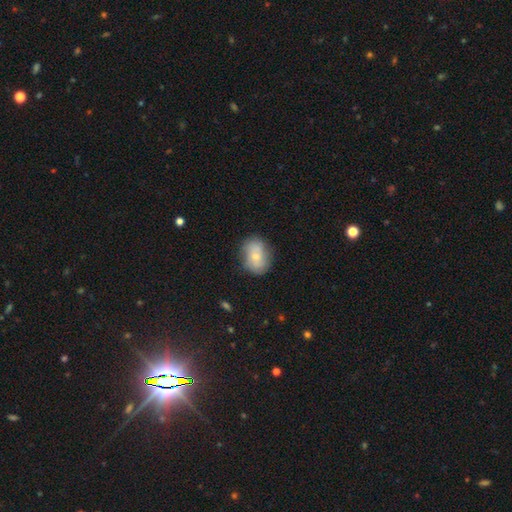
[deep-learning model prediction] This appears to be a smooth galaxy with no disk features (66%) that is in between round and cigar-shaped (62%). Merging: none (73%).